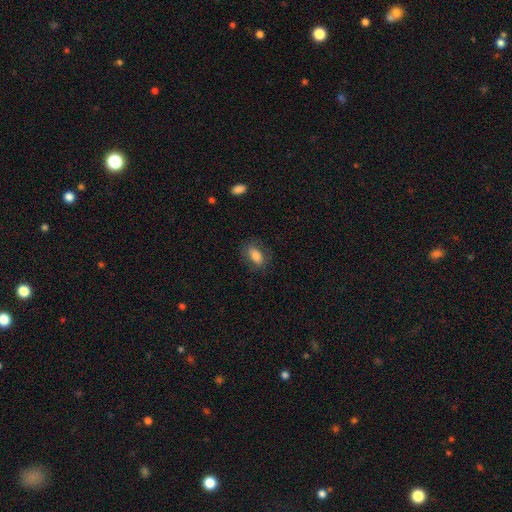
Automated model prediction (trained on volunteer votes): Morphology: type=smooth (80%); roundness=in between (87%); merging=none (78%).